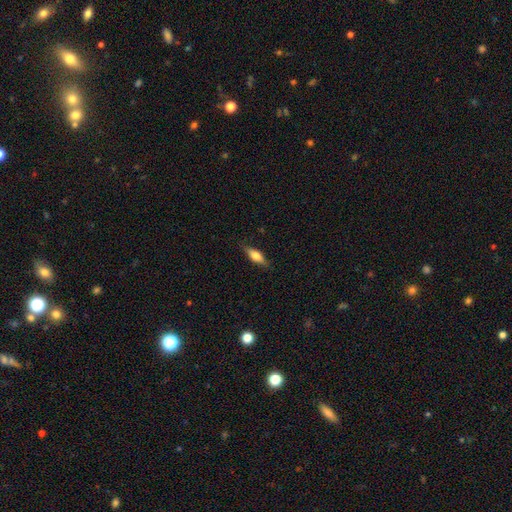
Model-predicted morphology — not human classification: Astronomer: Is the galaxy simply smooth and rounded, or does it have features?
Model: smooth — 62%.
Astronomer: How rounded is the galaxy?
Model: in between — 61%.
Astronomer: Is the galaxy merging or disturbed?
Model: none — 83%.